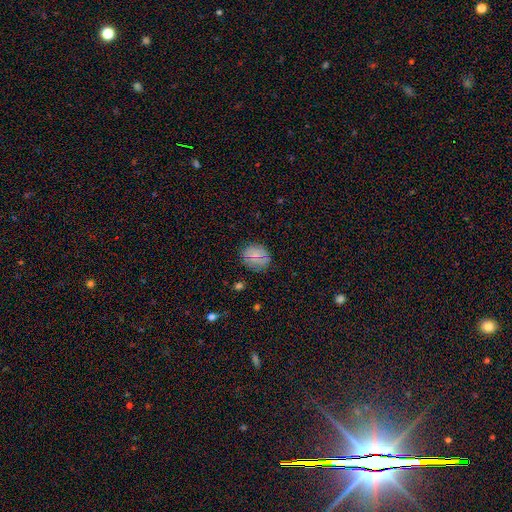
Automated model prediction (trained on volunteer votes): smooth 72%, star or artifact 15%, featured or disk 13%. Down the decision tree: how rounded — round (64%); merging — none (84%).